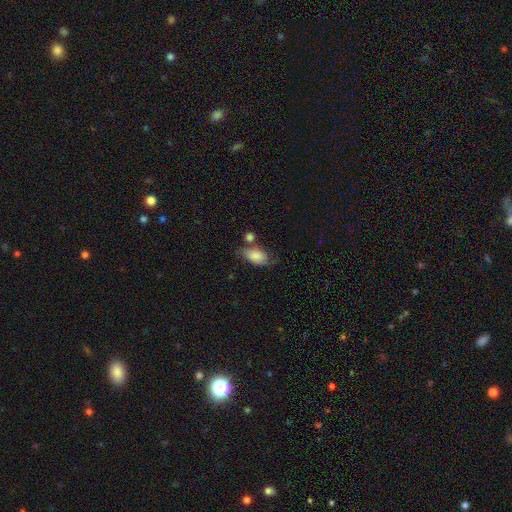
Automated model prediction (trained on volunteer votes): The model was most divided on "merging": none: 44%, minor disturbance: 27%, merger: 18%, major disturbance: 11%. More confident: how rounded — in between (89%); smooth or featured — smooth (78%).